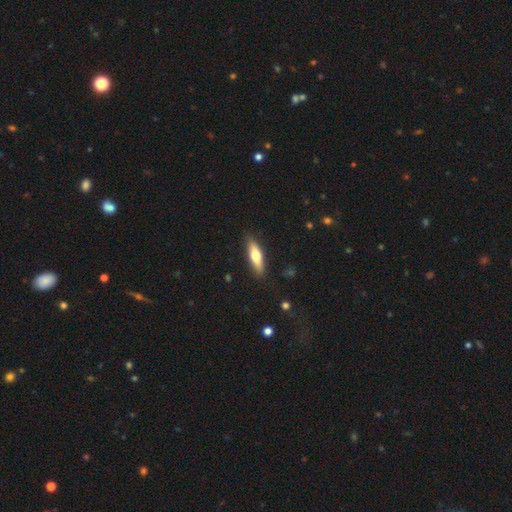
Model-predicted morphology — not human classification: A smooth galaxy with no disk features (63%) that is cigar-shaped (59%). Merging: none (87%).